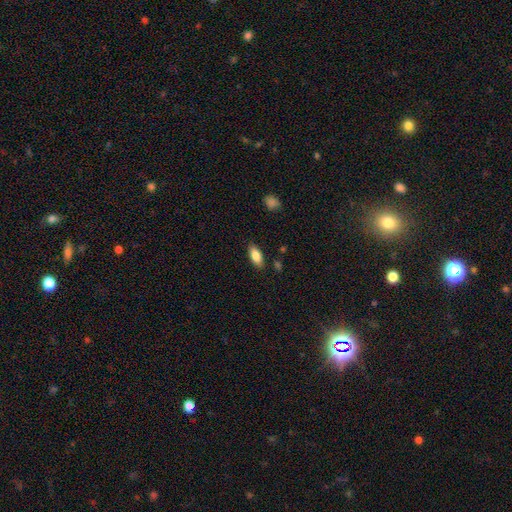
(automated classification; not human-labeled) A smooth galaxy with no disk features (82%) that is in between round and cigar-shaped (85%). Merging: none (86%).